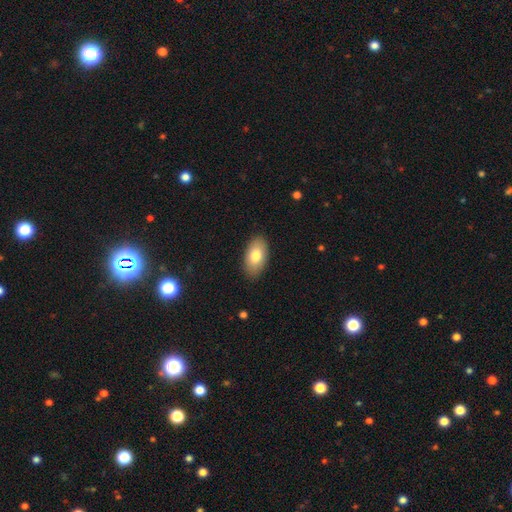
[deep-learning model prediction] Morphology: type=smooth (79%); roundness=in between (94%); merging=none (87%).